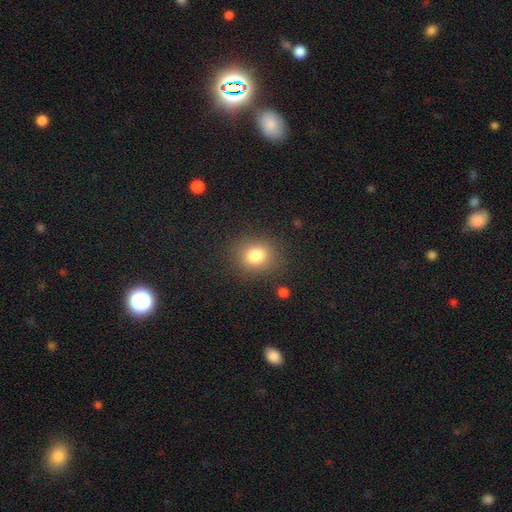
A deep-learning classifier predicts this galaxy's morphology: A smooth galaxy with no disk features (81%) that is round (70%). Merging: none (83%).